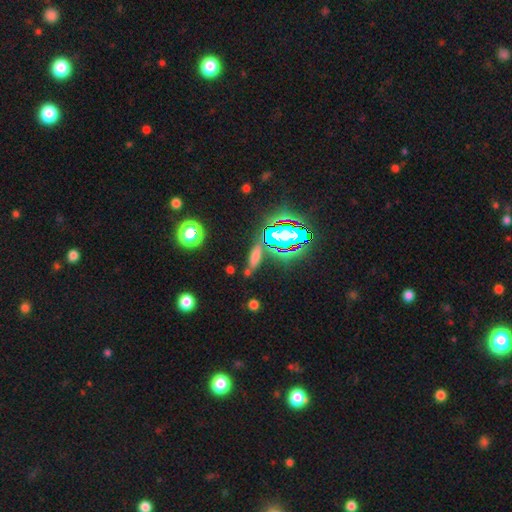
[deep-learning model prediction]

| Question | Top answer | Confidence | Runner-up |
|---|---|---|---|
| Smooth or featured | smooth | 53% | star or artifact (29%) |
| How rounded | cigar-shaped | 59% | in between (33%) |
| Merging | none | 73% | minor disturbance (13%) |